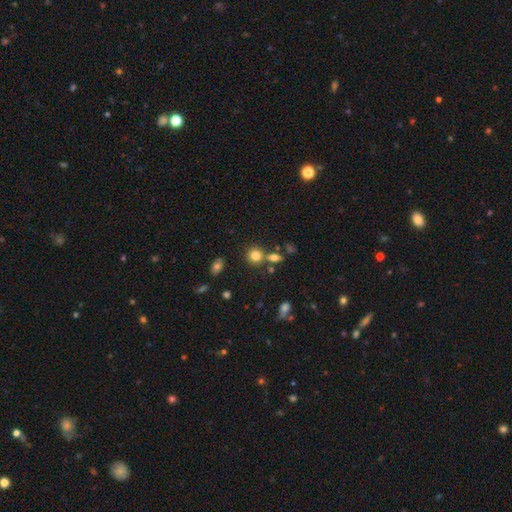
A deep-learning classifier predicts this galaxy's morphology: Overall: smooth (79%). How rounded: round (85%). Merging: none (67%).